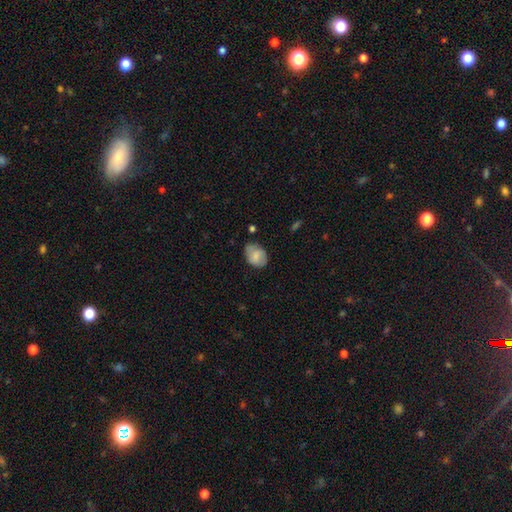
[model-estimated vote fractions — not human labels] smooth-or-featured: smooth: 78% | featured or disk: 15% | star or artifact: 7%
  how-rounded: in between: 73% | round: 26% | cigar-shaped: 1%
  merging: none: 65% | minor disturbance: 27% | major disturbance: 6% | merger: 2%